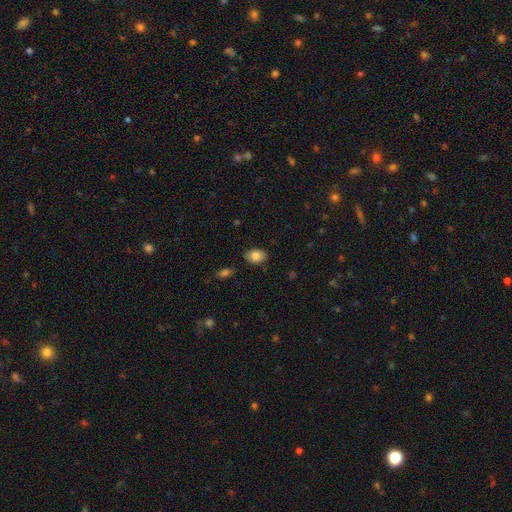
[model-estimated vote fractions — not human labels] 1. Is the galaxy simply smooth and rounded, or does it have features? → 84% smooth, 8% star or artifact, 8% featured or disk.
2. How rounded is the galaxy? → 78% in between, 21% round, 1% cigar-shaped.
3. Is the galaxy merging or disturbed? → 82% none, 14% minor disturbance, 3% major disturbance, 2% merger.